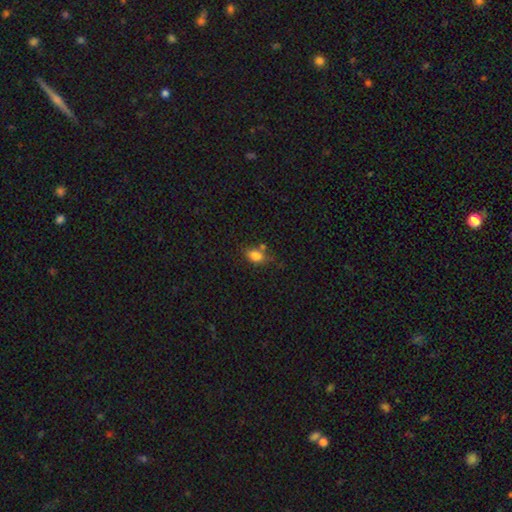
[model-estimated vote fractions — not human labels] Q: Smooth or featured?
A: smooth (81%); runner-up: star or artifact (10%)
Q: How rounded?
A: in between (80%); runner-up: round (17%)
Q: Merging?
A: none (60%); runner-up: minor disturbance (20%)